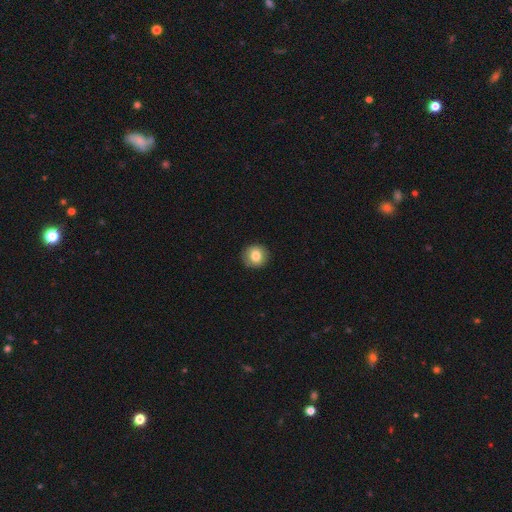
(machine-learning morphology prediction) smooth-or-featured: smooth: 80% | featured or disk: 12% | star or artifact: 8%
  how-rounded: round: 89% | in between: 10% | cigar-shaped: 1%
  merging: none: 89% | minor disturbance: 8% | major disturbance: 2% | merger: 1%